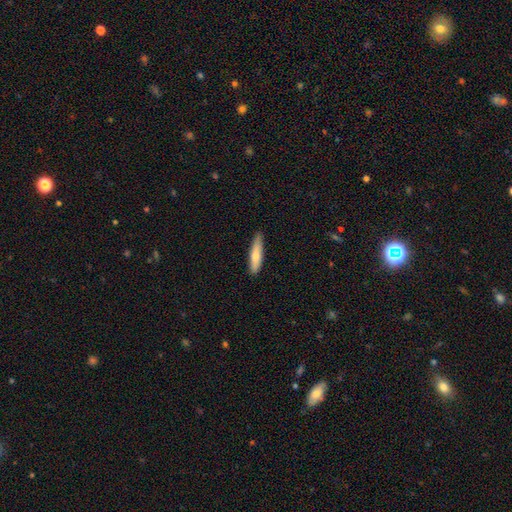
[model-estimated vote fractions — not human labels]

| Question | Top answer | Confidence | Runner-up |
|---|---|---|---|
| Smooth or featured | smooth | 74% | featured or disk (20%) |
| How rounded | cigar-shaped | 83% | in between (15%) |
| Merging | none | 83% | minor disturbance (14%) |